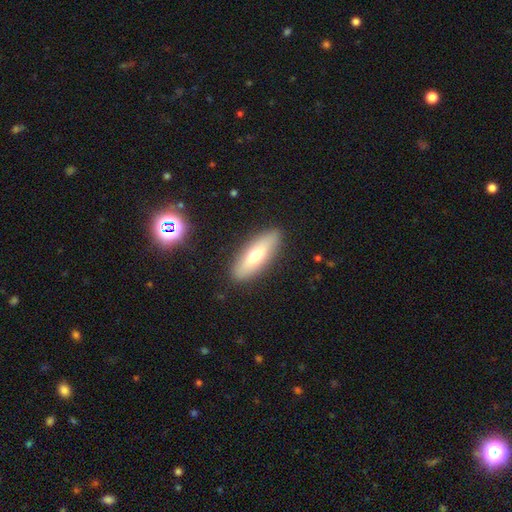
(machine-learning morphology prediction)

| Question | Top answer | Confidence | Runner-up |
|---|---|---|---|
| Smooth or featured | smooth | 60% | featured or disk (34%) |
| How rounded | in between | 56% | cigar-shaped (41%) |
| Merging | none | 88% | minor disturbance (8%) |